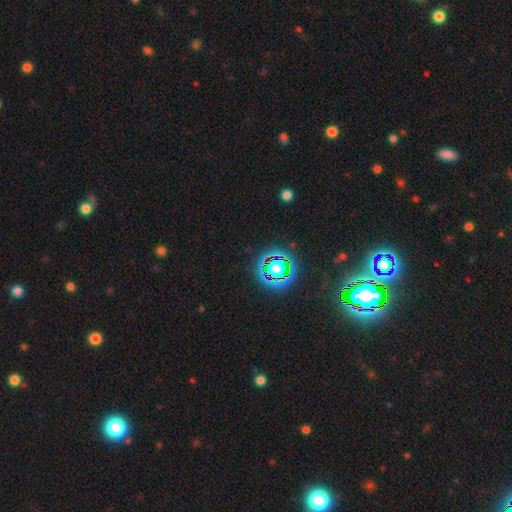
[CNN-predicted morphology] smooth-or-featured: star or artifact: 79% | smooth: 13% | featured or disk: 9%